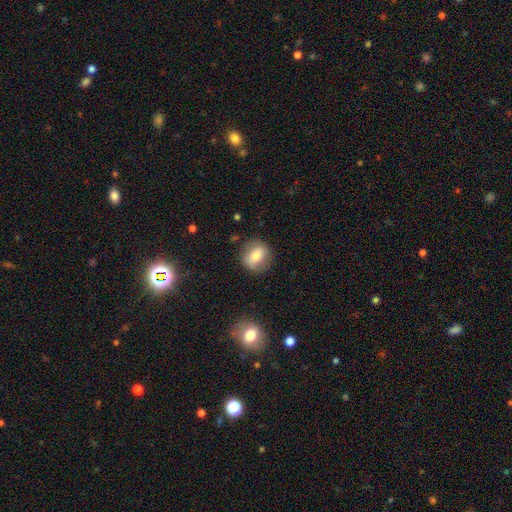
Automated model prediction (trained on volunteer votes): Smooth or featured?
  - smooth: 66% *
  - featured or disk: 25%
  - star or artifact: 8%
How rounded?
  - round: 69% *
  - in between: 29%
  - cigar-shaped: 2%
Merging?
  - none: 82% *
  - minor disturbance: 12%
  - major disturbance: 4%
  - merger: 2%